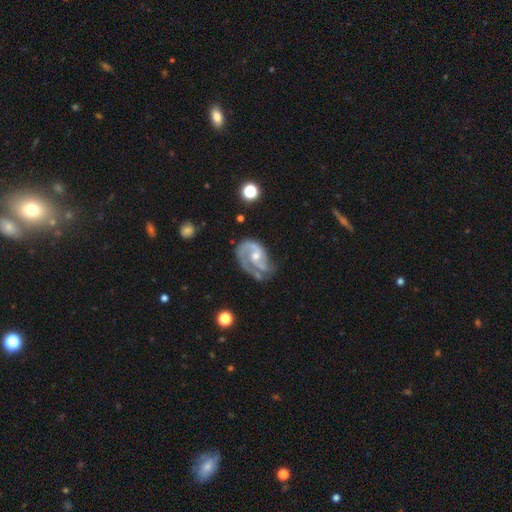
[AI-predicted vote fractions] Smooth or featured? featured or disk (87%)
Edge-on disk? no (98%)
Bar? no (50%)
Spiral arms? yes (95%)
Spiral winding? medium (48%)
Spiral arm count? 2 (61%)
Bulge size? moderate (51%)
Merging? none (48%)